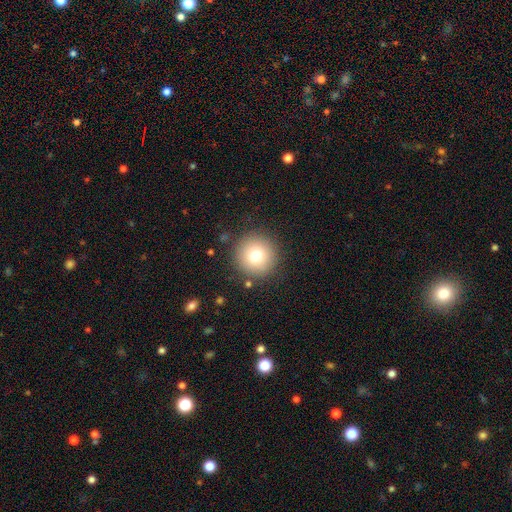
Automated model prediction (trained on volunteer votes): A smooth galaxy with no disk features (76%) that is round (96%). Merging: none (88%).